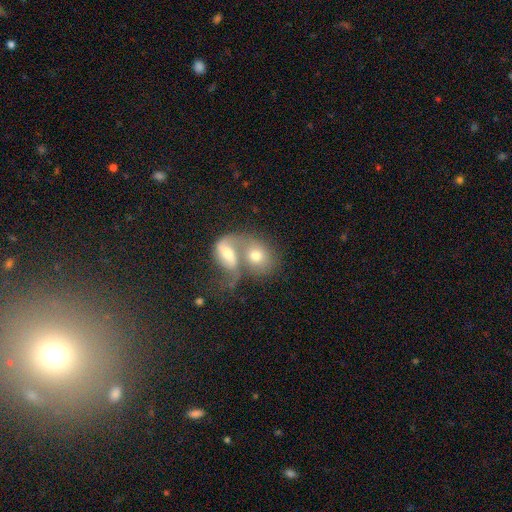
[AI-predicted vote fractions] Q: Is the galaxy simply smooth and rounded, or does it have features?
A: smooth — 52%.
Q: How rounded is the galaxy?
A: in between — 50%.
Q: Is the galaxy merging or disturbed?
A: merger — 75%.